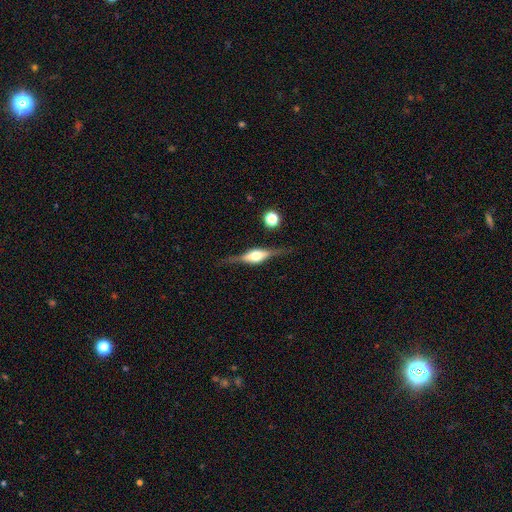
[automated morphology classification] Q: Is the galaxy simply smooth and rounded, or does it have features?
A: featured or disk — 79%.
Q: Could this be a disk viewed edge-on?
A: yes — 97%.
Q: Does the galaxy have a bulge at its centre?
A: rounded — 86%.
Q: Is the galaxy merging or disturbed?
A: none — 82%.